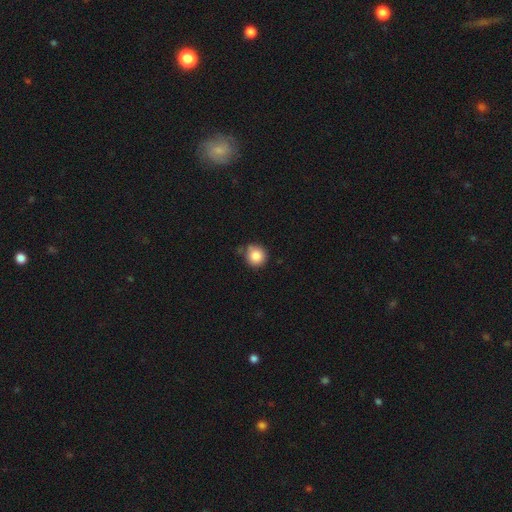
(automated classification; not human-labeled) Morphology: type=smooth (85%); roundness=round (93%); merging=none (71%).